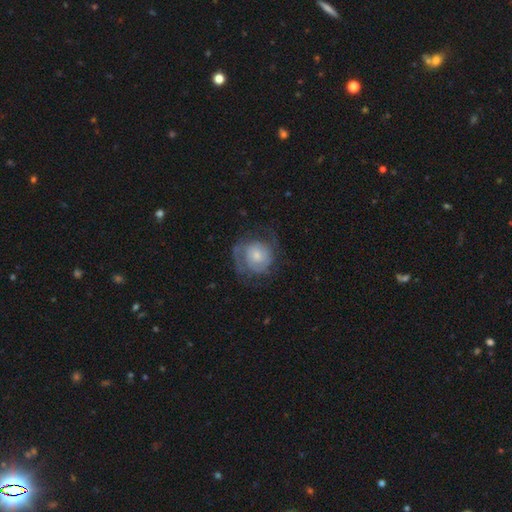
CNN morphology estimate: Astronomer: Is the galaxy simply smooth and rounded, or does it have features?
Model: featured or disk — 72%.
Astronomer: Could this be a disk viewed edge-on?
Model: no — 98%.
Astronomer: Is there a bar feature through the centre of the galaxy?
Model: no — 75%.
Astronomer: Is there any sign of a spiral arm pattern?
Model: yes — 88%.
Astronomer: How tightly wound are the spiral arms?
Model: tight — 54% (runner-up: medium, 33%).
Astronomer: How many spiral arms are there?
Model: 2 — 54%.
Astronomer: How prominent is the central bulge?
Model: small — 49% (runner-up: moderate, 38%).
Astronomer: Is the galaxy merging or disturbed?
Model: none — 66%.